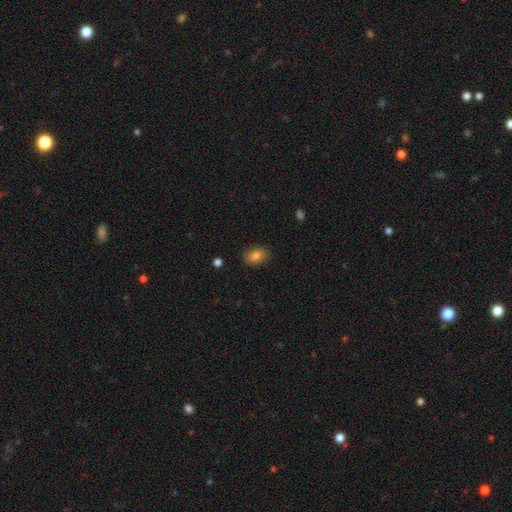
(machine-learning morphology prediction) Smooth or featured: smooth — 82% (star or artifact — 9%)
How rounded: in between — 80% (round — 18%)
Merging: none — 84% (minor disturbance — 12%)